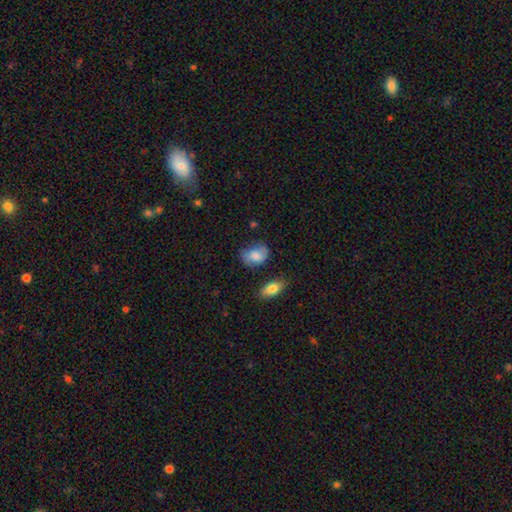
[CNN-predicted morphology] Q: Smooth or featured?
A: smooth (80%); runner-up: featured or disk (13%)
Q: How rounded?
A: in between (74%); runner-up: round (25%)
Q: Merging?
A: none (56%); runner-up: minor disturbance (31%)